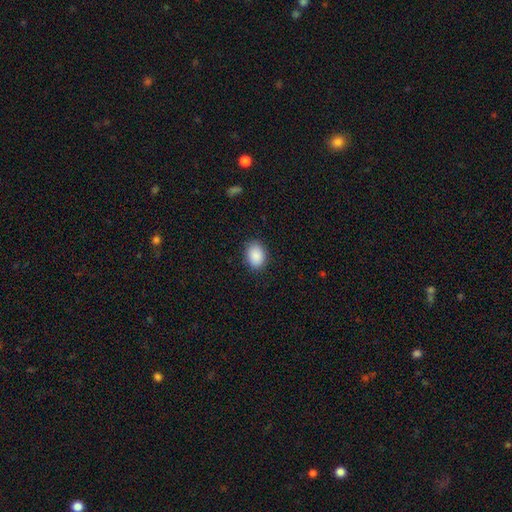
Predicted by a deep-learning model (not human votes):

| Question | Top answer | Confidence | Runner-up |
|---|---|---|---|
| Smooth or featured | smooth | 90% | star or artifact (7%) |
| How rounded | in between | 76% | round (23%) |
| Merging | none | 86% | minor disturbance (10%) |